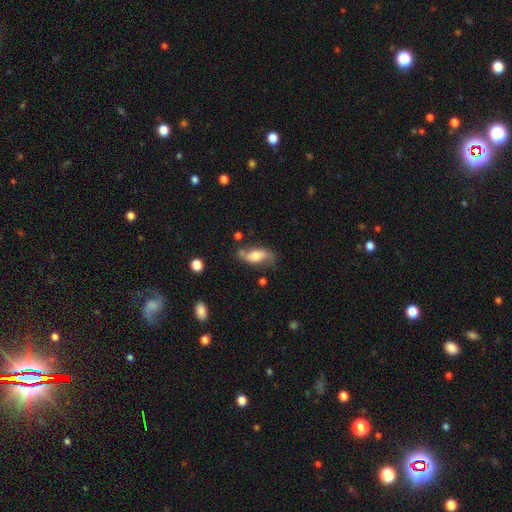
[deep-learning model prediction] smooth-or-featured: featured or disk: 49% | smooth: 44% | star or artifact: 8%
  merging: none: 57% | minor disturbance: 26% | major disturbance: 11% | merger: 7%